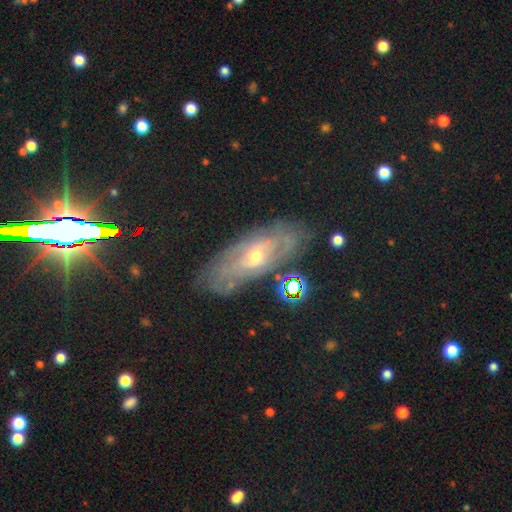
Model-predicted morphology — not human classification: Smooth or featured? featured or disk (69%)
Edge-on disk? no (78%)
Bar? no (54%)
Spiral arms? yes (74%)
Bulge size? small (55%)
Merging? none (78%)